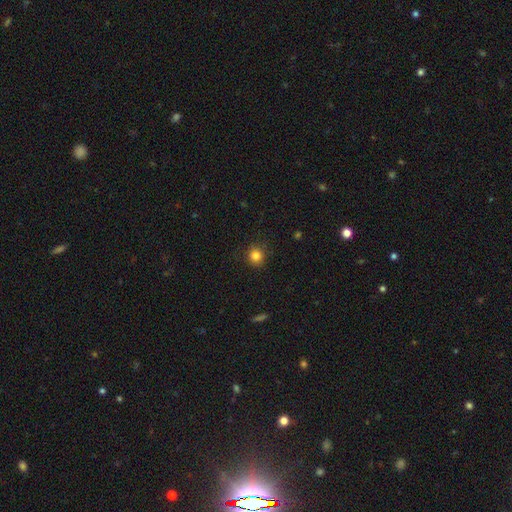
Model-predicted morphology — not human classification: type=smooth (83%); roundness=round (89%); merging=none (89%).